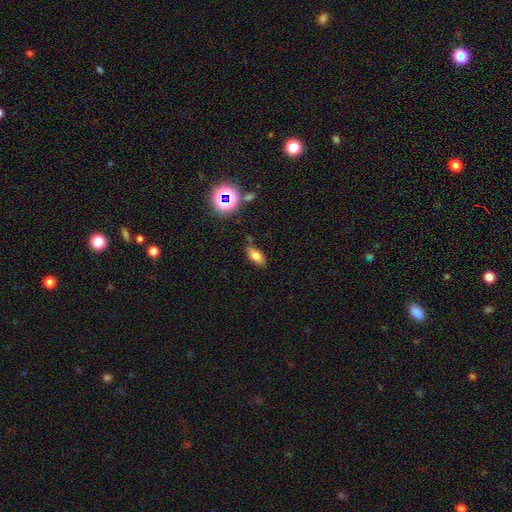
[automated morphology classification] Smooth or featured: smooth — 73% (star or artifact — 14%)
How rounded: in between — 85% (cigar-shaped — 10%)
Merging: none — 75% (minor disturbance — 16%)